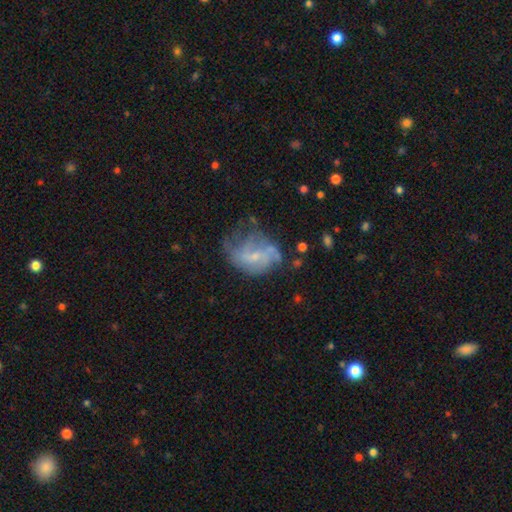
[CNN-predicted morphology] smooth-or-featured: featured or disk: 65% | smooth: 25% | star or artifact: 10%
  disk-edge-on: no: 97% | yes: 3%
    bar: no: 49% | weak: 42% | strong: 9%
    has-spiral-arms: yes: 68% | no: 32%
    bulge-size: small: 64% | moderate: 19% | none: 14% | large: 1% | dominant: 1%
  merging: none: 41% | major disturbance: 28% | minor disturbance: 27% | merger: 4%